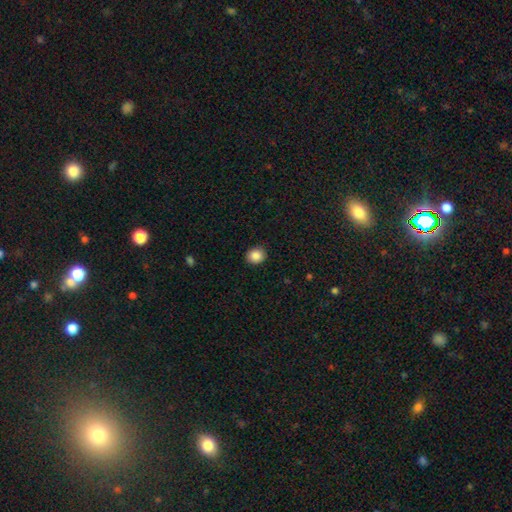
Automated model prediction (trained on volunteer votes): This appears to be a smooth galaxy with no disk features (87%) that is round (78%). Merging: none (91%).